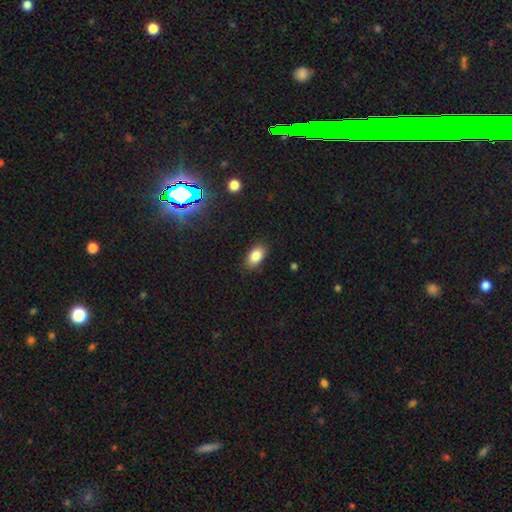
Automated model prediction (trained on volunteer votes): Overall: smooth (85%). How rounded: in between (91%). Merging: none (86%).